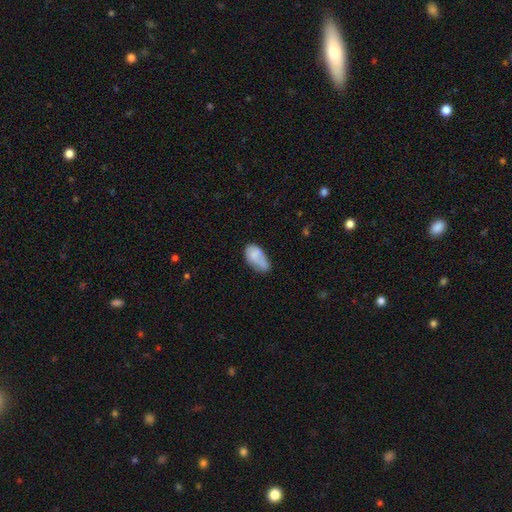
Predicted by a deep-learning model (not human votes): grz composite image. It shows a smooth galaxy with no disk features (76%) that is in between round and cigar-shaped (93%). Merging: minor disturbance (40%).